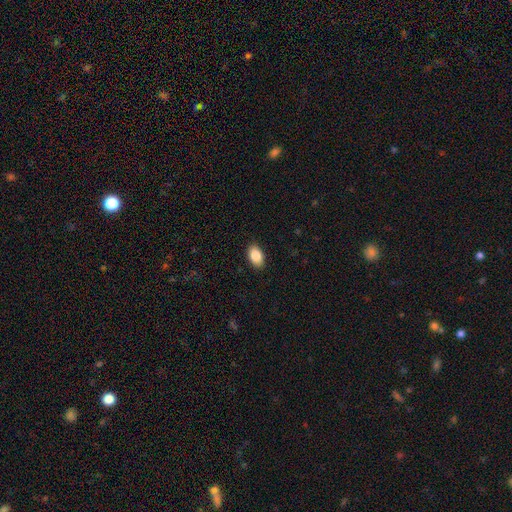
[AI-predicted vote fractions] Smooth or featured? Predicted: smooth (p=0.89). How rounded? Predicted: in between (p=0.92). Merging? Predicted: none (p=0.89).